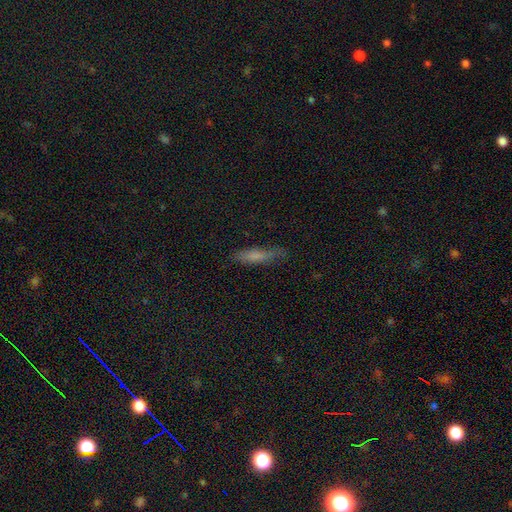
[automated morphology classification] This is likely a smooth galaxy (68%). How rounded: clearly cigar-shaped (80%). Merging: likely none (76%).